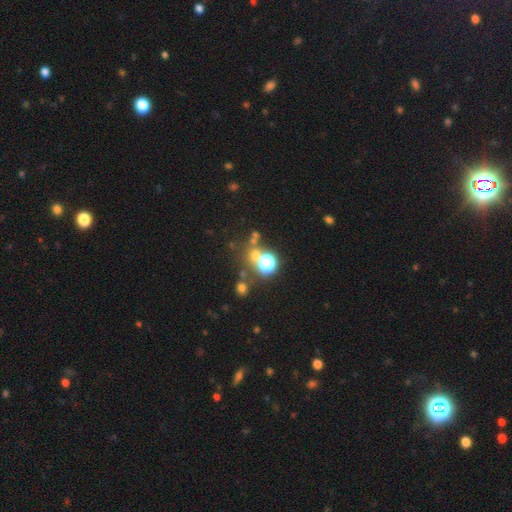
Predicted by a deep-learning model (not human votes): smooth-or-featured: smooth: 46% | star or artifact: 42% | featured or disk: 11%
  merging: none: 61% | merger: 23% | minor disturbance: 10% | major disturbance: 7%